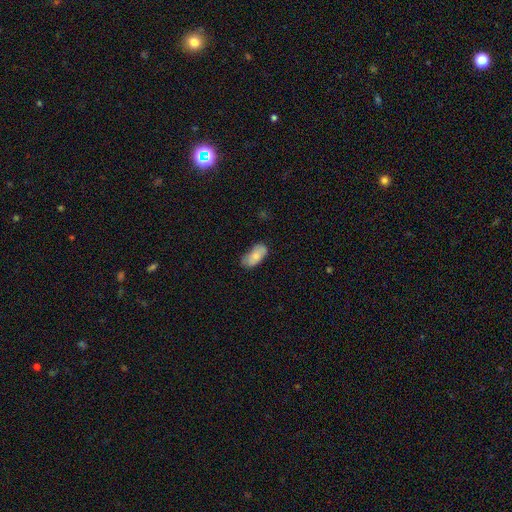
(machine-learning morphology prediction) This is likely a smooth galaxy (79%). How rounded: clearly in between (92%). Merging: likely none (65%).